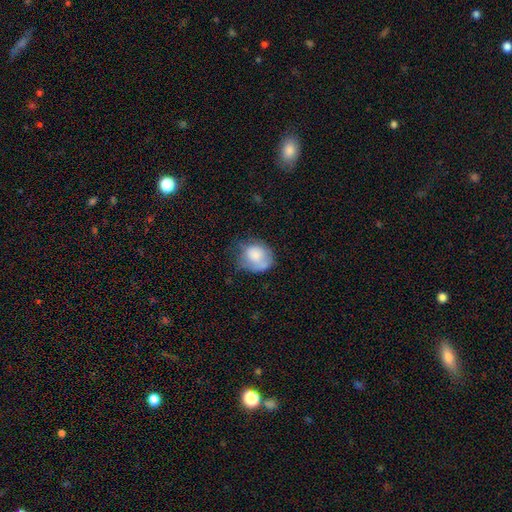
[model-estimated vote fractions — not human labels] Q: Smooth or featured?
A: smooth (72%); runner-up: featured or disk (20%)
Q: How rounded?
A: round (66%); runner-up: in between (33%)
Q: Merging?
A: none (41%); runner-up: minor disturbance (32%)